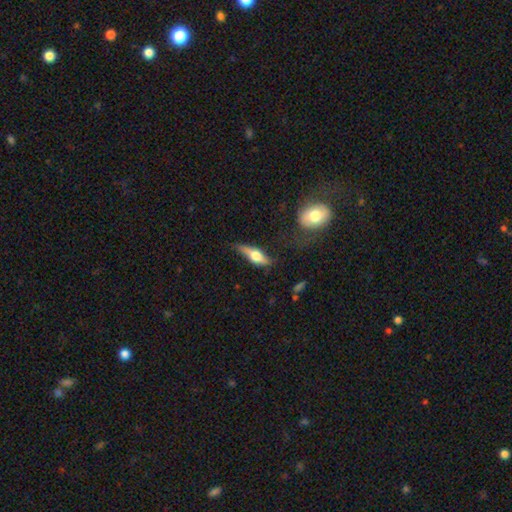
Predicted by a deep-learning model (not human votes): smooth_or_featured: featured or disk (p=0.55) [alt: smooth p=0.39]
disk_edge_on: yes (p=0.82) [alt: no p=0.18]
merging: none (p=0.58) [alt: minor disturbance p=0.26]